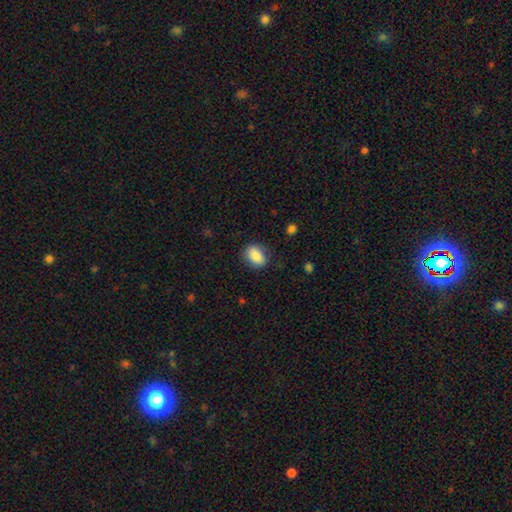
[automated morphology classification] type=smooth (86%); roundness=in between (76%); merging=none (81%).